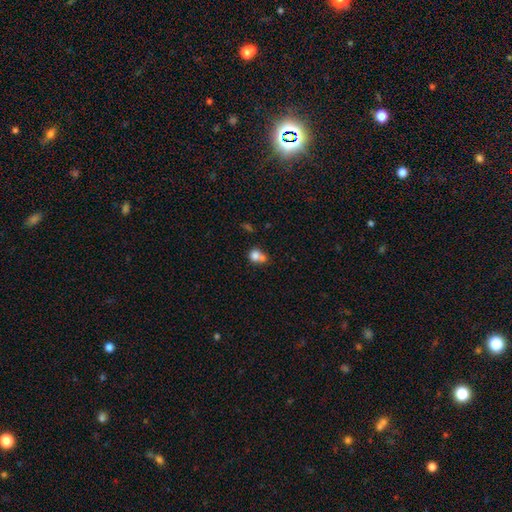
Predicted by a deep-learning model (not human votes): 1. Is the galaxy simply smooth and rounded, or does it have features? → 77% smooth, 12% featured or disk, 11% star or artifact.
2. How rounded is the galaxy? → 66% round, 32% in between, 1% cigar-shaped.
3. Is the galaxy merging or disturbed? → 45% merger, 32% none, 15% minor disturbance, 7% major disturbance.